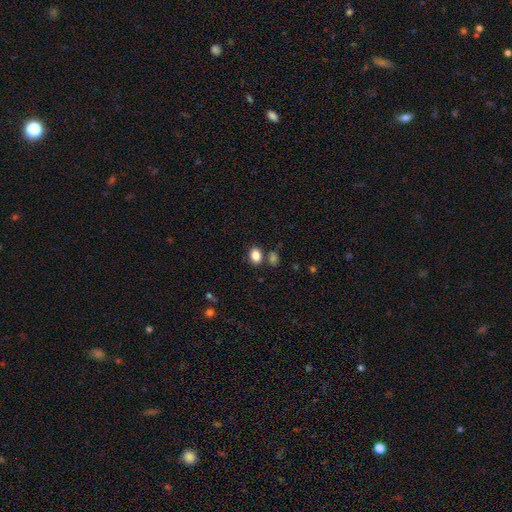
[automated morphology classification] smooth 85%, star or artifact 10%, featured or disk 5%. Down the decision tree: how rounded — in between (63%); merging — none (73%).